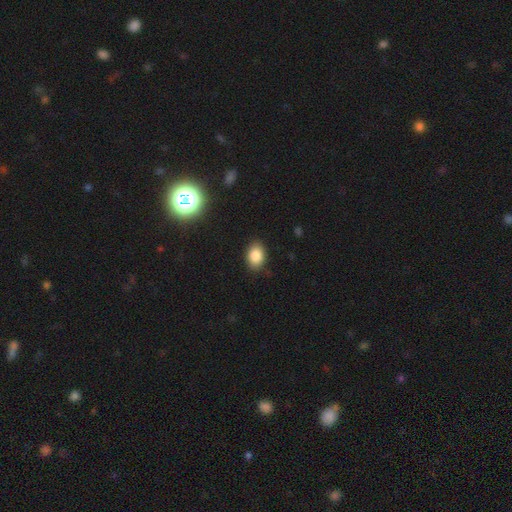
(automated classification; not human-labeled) smooth-or-featured: smooth: 85% | star or artifact: 9% | featured or disk: 5%
  how-rounded: in between: 78% | round: 21% | cigar-shaped: 1%
  merging: none: 86% | minor disturbance: 11% | major disturbance: 2% | merger: 1%